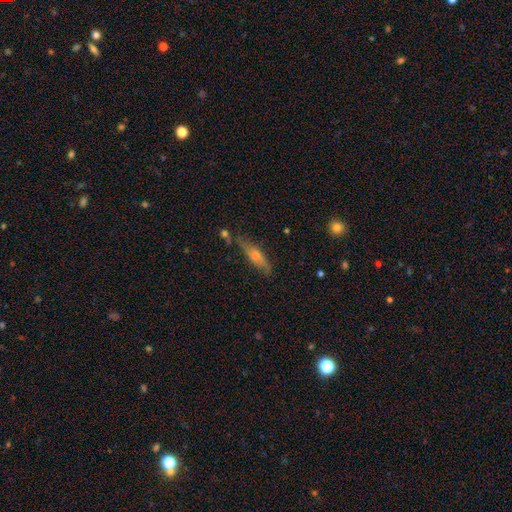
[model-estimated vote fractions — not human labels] smooth_or_featured: featured or disk (p=0.47) [alt: smooth p=0.44]
merging: none (p=0.67) [alt: minor disturbance p=0.21]